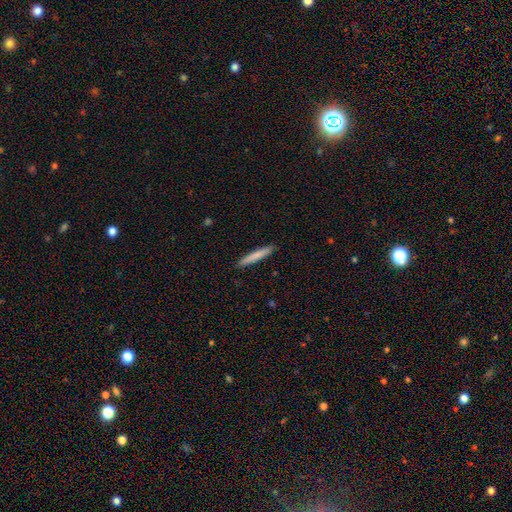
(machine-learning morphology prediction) A smooth galaxy with no disk features (78%) that is cigar-shaped (95%).

Vote fractions:
- Smooth or featured? smooth: 78% / featured or disk: 17% / star or artifact: 5%
- How rounded? cigar-shaped: 95% / in between: 4% / round: 1%
- Merging? none: 91% / minor disturbance: 6% / major disturbance: 1% / merger: 1%